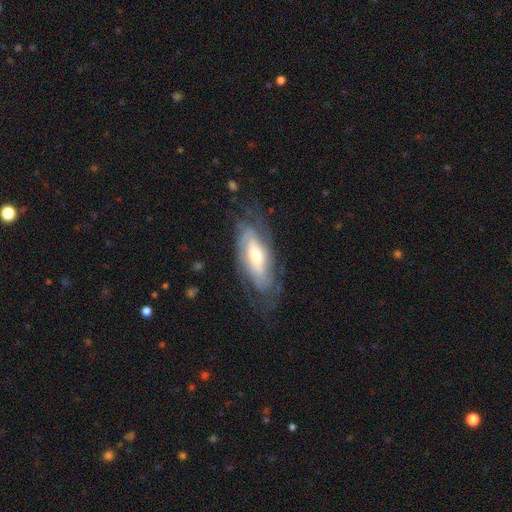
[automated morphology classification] Smooth or featured?
  - featured or disk: 67% *
  - smooth: 27%
  - star or artifact: 6%
Edge-on disk?
  - no: 81% *
  - yes: 19%
Bar?
  - no: 50% *
  - weak: 32%
  - strong: 18%
Spiral arms?
  - yes: 77% *
  - no: 23%
Bulge size?
  - moderate: 60% *
  - small: 22%
  - large: 15%
  - dominant: 2%
  - none: 2%
Merging?
  - none: 64% *
  - minor disturbance: 22%
  - major disturbance: 13%
  - merger: 1%